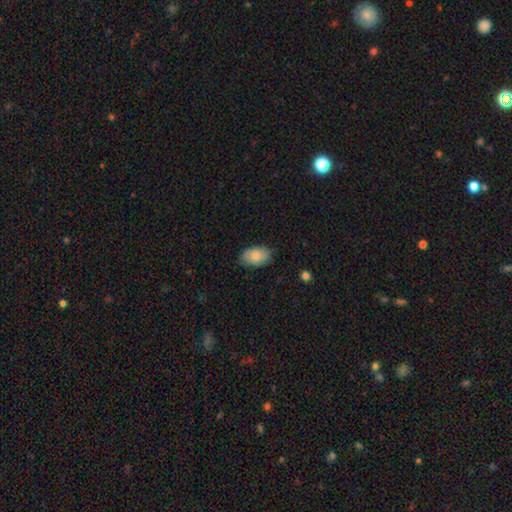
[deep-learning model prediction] Smooth or featured: smooth — 83% (featured or disk — 11%)
How rounded: in between — 92% (round — 7%)
Merging: none — 81% (minor disturbance — 16%)